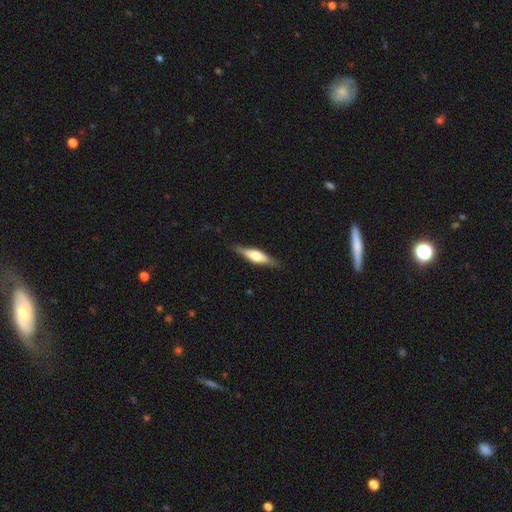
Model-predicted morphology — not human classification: featured or disk 53%, smooth 41%, star or artifact 6%. Down the decision tree: edge-on disk — yes (93%); merging — none (85%).